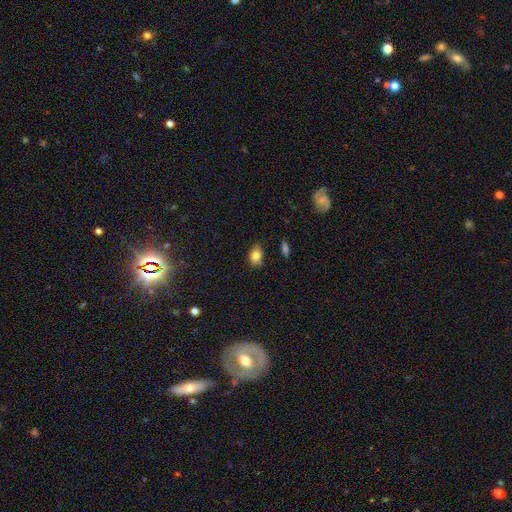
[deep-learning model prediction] smooth 80%, featured or disk 10%, star or artifact 10%. Down the decision tree: how rounded — in between (72%); merging — none (69%).